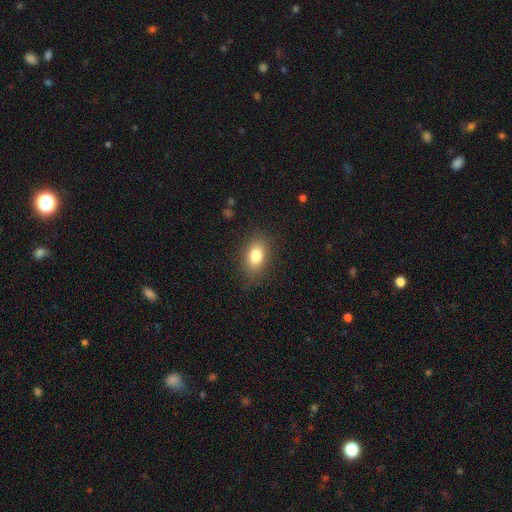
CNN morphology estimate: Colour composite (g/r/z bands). It shows a smooth galaxy with no disk features (81%) that is in between round and cigar-shaped (84%). Merging: none (83%).